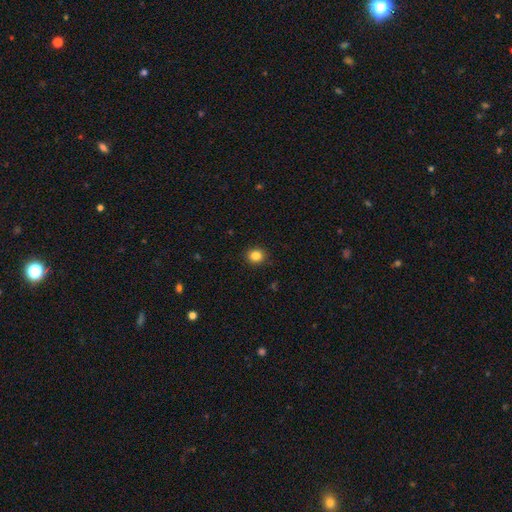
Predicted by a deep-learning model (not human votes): This is clearly a smooth galaxy (84%). How rounded: clearly round (83%). Merging: clearly none (91%).